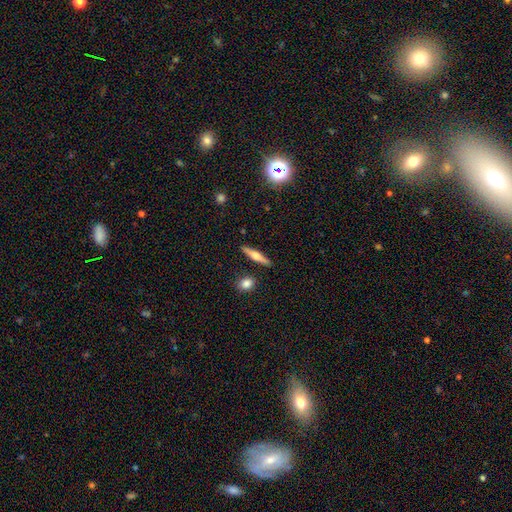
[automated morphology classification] smooth_or_featured: featured or disk (p=0.50) [alt: smooth p=0.44]
merging: none (p=0.87) [alt: minor disturbance p=0.08]